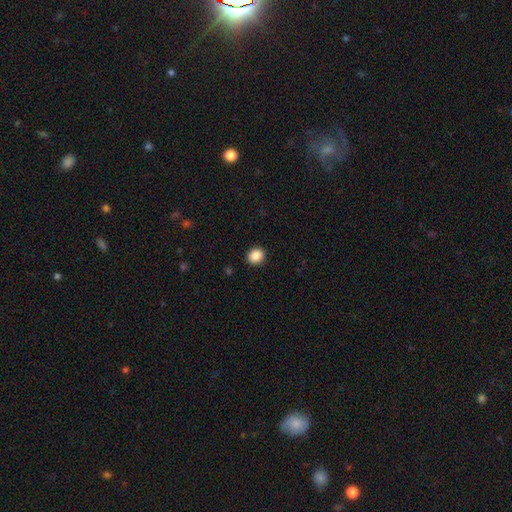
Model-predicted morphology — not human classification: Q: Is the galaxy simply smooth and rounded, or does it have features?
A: smooth — 88%.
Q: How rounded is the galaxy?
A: round — 75%.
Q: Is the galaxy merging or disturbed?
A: none — 91%.